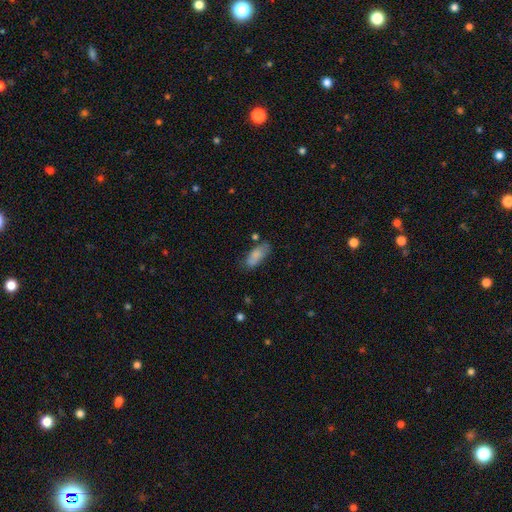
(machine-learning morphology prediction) Smooth or featured?
  - smooth: 80% *
  - featured or disk: 13%
  - star or artifact: 7%
How rounded?
  - in between: 80% *
  - cigar-shaped: 18%
  - round: 2%
Merging?
  - none: 64% *
  - minor disturbance: 23%
  - major disturbance: 7%
  - merger: 6%